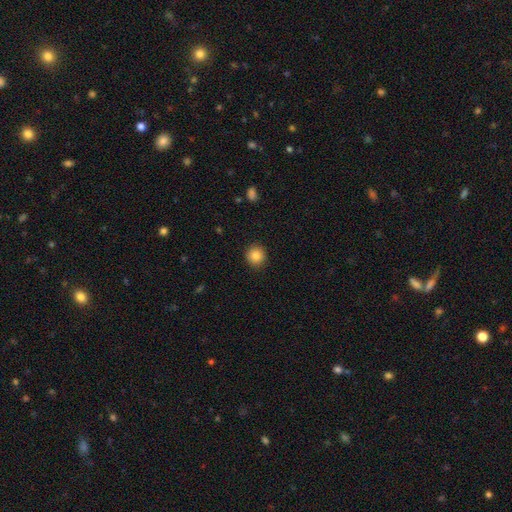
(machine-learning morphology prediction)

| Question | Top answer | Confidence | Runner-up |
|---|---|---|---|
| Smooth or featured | smooth | 86% | star or artifact (10%) |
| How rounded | round | 93% | in between (6%) |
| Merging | none | 91% | minor disturbance (6%) |